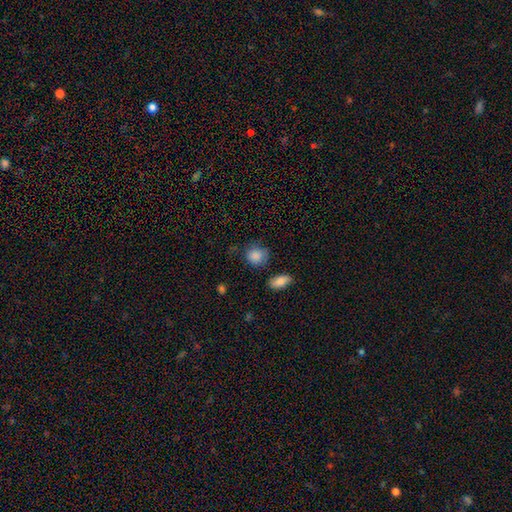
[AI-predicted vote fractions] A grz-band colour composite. It shows a smooth galaxy with no disk features (86%) that is round (78%). Merging: none (65%).